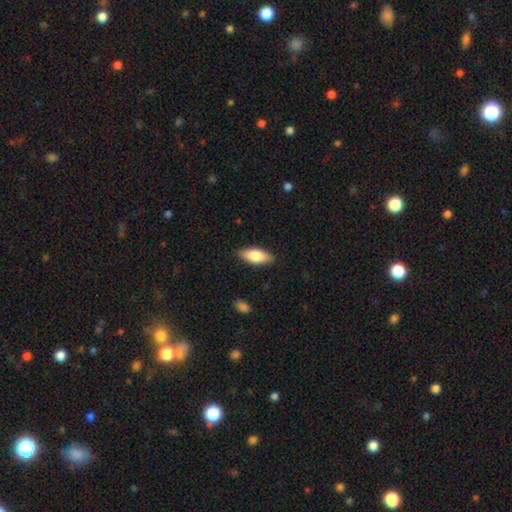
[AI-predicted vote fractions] Smooth or featured? smooth (77%)
How rounded? in between (78%)
Merging? none (87%)